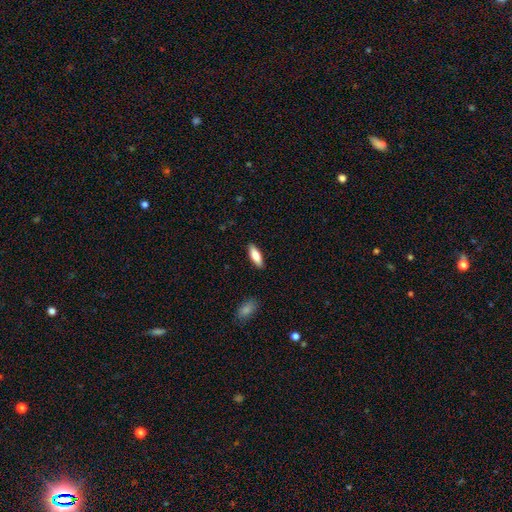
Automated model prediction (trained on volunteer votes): This is likely a smooth galaxy (80%). How rounded: likely in between (65%). Merging: clearly none (89%).